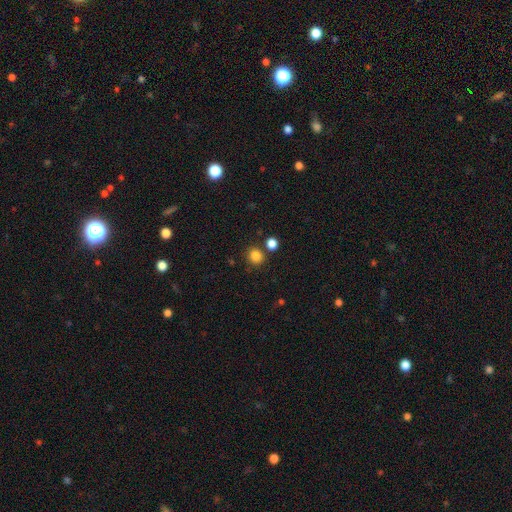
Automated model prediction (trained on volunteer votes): A smooth galaxy with no disk features (83%) that is round (85%).

Vote fractions:
- Smooth or featured? smooth: 83% / star or artifact: 13% / featured or disk: 4%
- How rounded? round: 85% / in between: 14% / cigar-shaped: 1%
- Merging? none: 78% / merger: 11% / minor disturbance: 8% / major disturbance: 3%